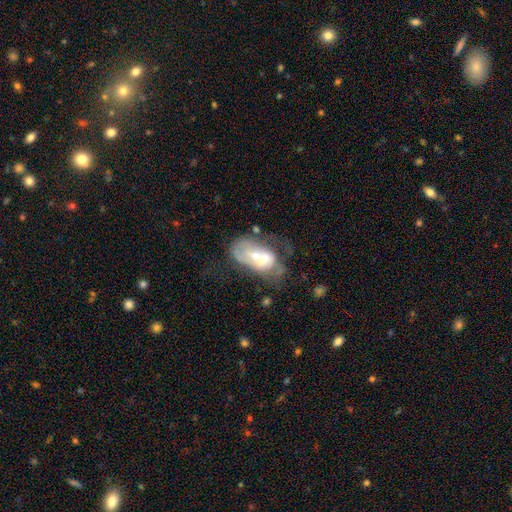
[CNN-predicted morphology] A featured or disk galaxy (55%) with no bar (74%), no spiral arms (68%) and a moderate central bulge (52%). Merging: merger (52%).